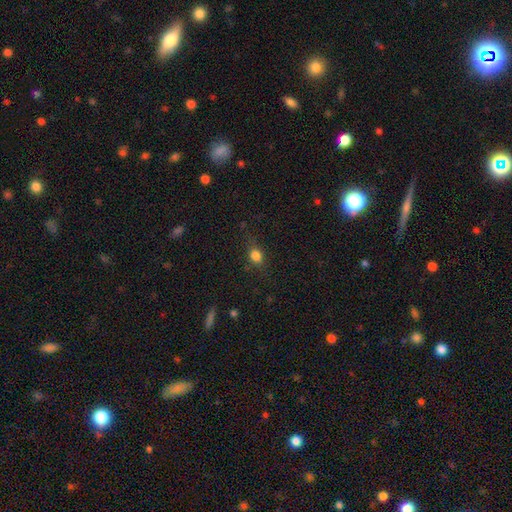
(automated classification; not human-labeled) Smooth or featured?
  - smooth: 80% *
  - star or artifact: 12%
  - featured or disk: 7%
How rounded?
  - in between: 51% *
  - round: 46%
  - cigar-shaped: 3%
Merging?
  - none: 74% *
  - minor disturbance: 18%
  - major disturbance: 6%
  - merger: 2%